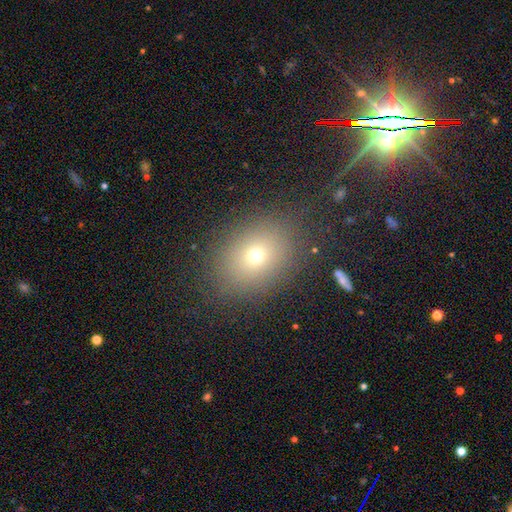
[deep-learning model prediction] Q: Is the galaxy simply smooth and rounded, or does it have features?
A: smooth — 69%.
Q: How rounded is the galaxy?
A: in between — 54%.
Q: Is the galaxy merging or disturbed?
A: none — 83%.